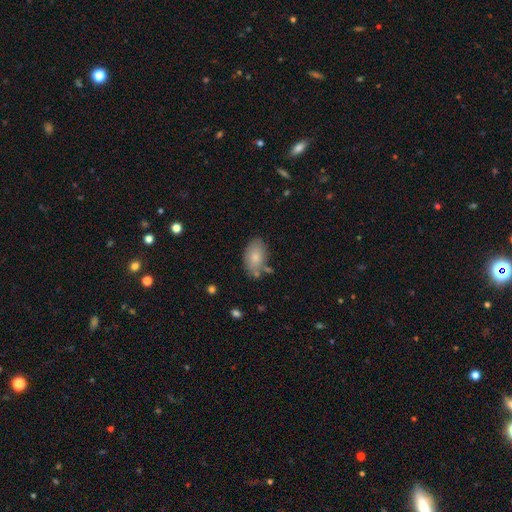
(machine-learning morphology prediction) smooth_or_featured: smooth (p=0.74) [alt: featured or disk p=0.15]
how_rounded: in between (p=0.91) [alt: round p=0.07]
merging: none (p=0.74) [alt: minor disturbance p=0.17]